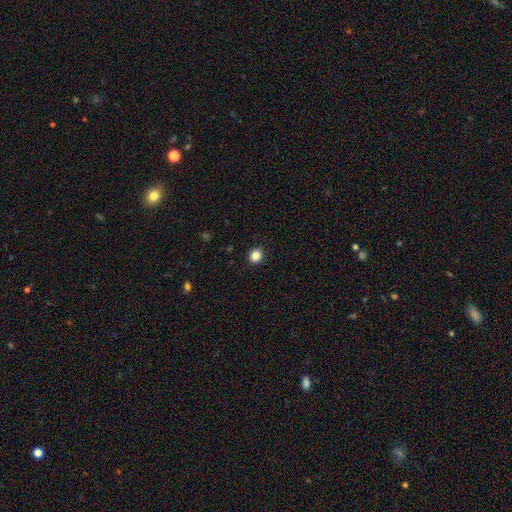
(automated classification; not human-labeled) Overall: smooth (85%). How rounded: round (84%). Merging: none (92%).